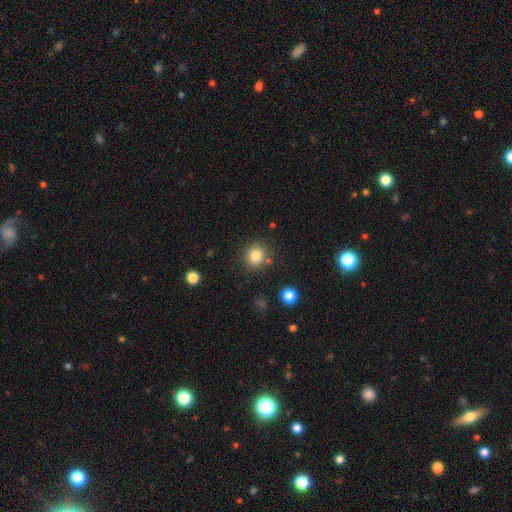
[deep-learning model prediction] Morphology: type=smooth (83%); roundness=round (80%); merging=none (81%).